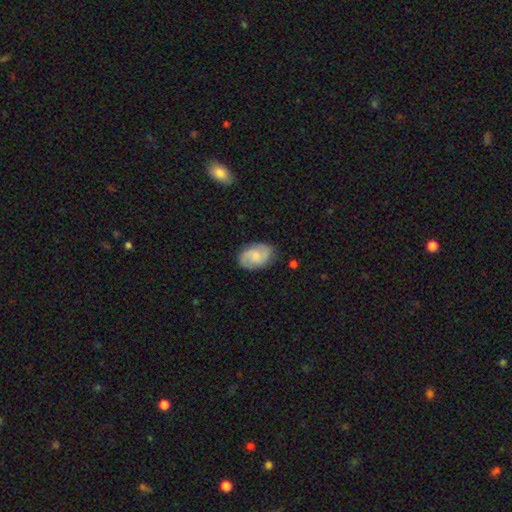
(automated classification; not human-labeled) This appears to be a featured or disk galaxy (60%) with no bar (50%), 2 (84%) medium (49%) spiral arms (92%) and a small central bulge (44%). Merging: none (80%).